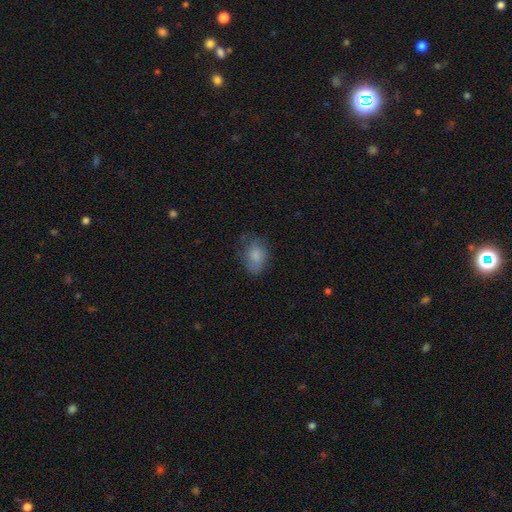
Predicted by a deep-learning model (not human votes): smooth_or_featured: smooth (p=0.79) [alt: featured or disk p=0.12]
how_rounded: in between (p=0.78) [alt: round p=0.21]
merging: none (p=0.59) [alt: minor disturbance p=0.27]